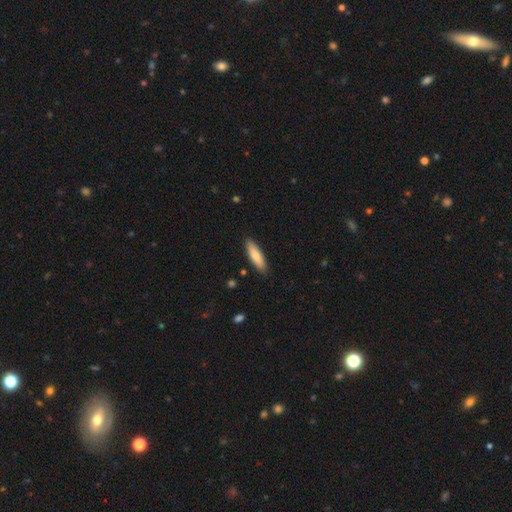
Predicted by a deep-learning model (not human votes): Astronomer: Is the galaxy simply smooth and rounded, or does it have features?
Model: smooth — 78%.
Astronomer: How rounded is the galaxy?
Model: cigar-shaped — 64%.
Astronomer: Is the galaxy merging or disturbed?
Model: none — 89%.